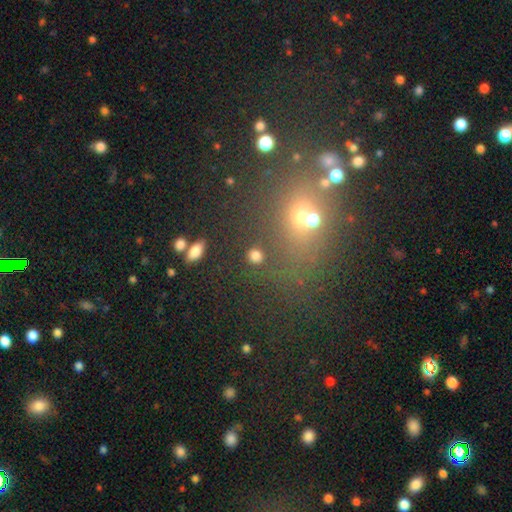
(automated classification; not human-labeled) A smooth galaxy with no disk features (80%) that is round (82%).

Vote fractions:
- Smooth or featured? smooth: 80% / star or artifact: 14% / featured or disk: 6%
- How rounded? round: 82% / in between: 16% / cigar-shaped: 2%
- Merging? none: 84% / minor disturbance: 7% / merger: 5% / major disturbance: 4%